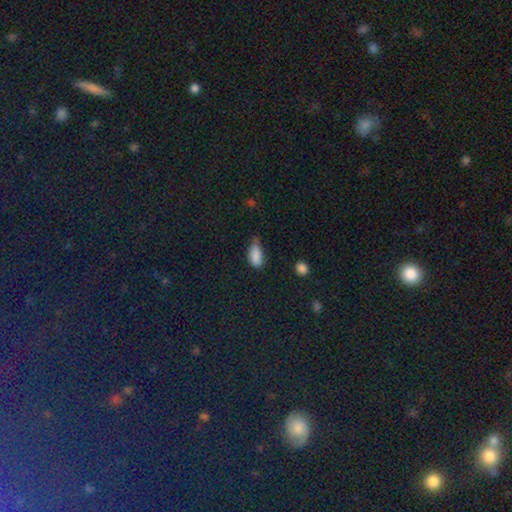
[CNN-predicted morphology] Smooth or featured? Predicted: smooth (p=0.84). How rounded? Predicted: in between (p=0.88). Merging? Predicted: minor disturbance (p=0.47).